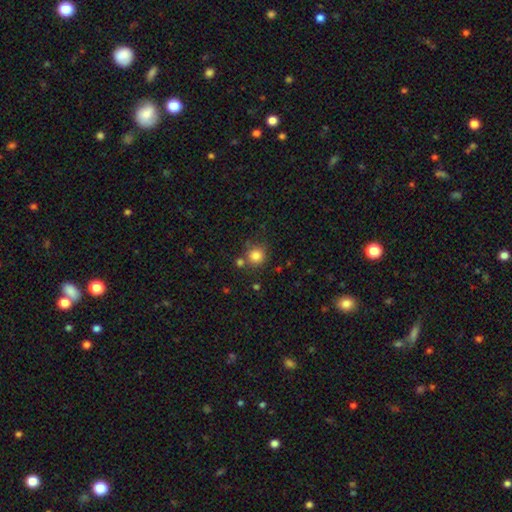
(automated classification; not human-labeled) Smooth or featured?
  - smooth: 83% *
  - star or artifact: 12%
  - featured or disk: 5%
How rounded?
  - round: 92% *
  - in between: 7%
  - cigar-shaped: 1%
Merging?
  - none: 73% *
  - merger: 13%
  - minor disturbance: 10%
  - major disturbance: 4%